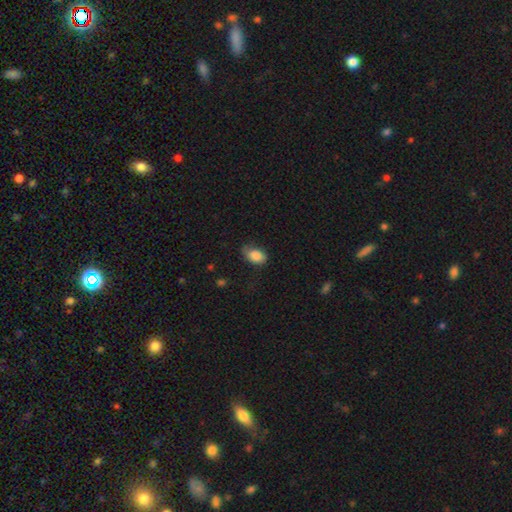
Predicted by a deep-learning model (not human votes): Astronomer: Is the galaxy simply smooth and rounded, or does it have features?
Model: smooth — 86%.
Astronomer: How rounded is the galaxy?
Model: in between — 85%.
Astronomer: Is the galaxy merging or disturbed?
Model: none — 58%.